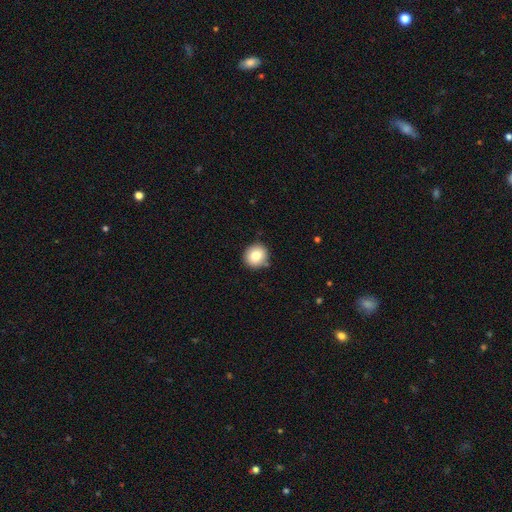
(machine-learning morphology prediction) smooth_or_featured: smooth (p=0.81) [alt: star or artifact p=0.10]
how_rounded: round (p=0.91) [alt: in between p=0.08]
merging: none (p=0.84) [alt: minor disturbance p=0.12]